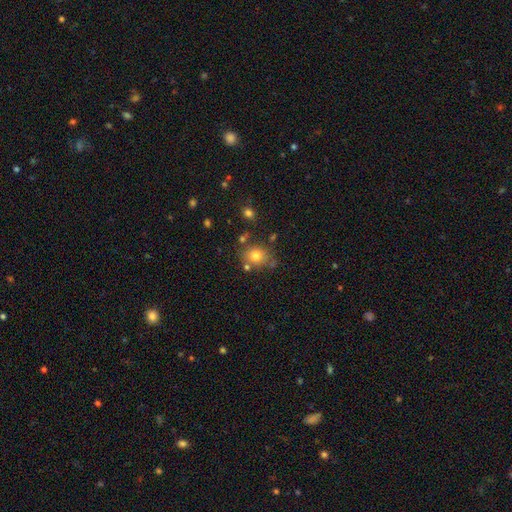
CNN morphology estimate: This appears to be a smooth galaxy with no disk features (77%) that is round (62%). Merging: none (70%).